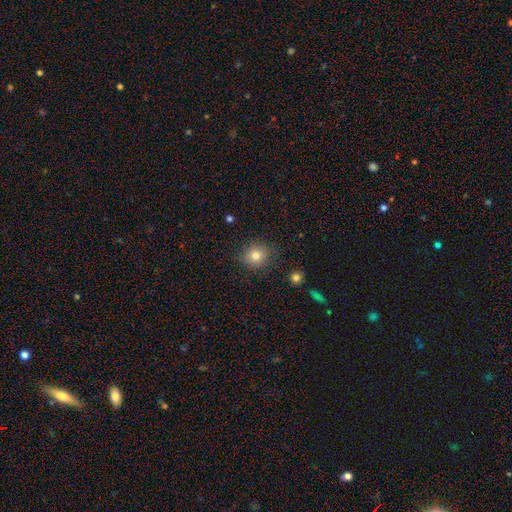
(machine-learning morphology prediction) type=smooth (81%); roundness=round (89%); merging=none (88%).